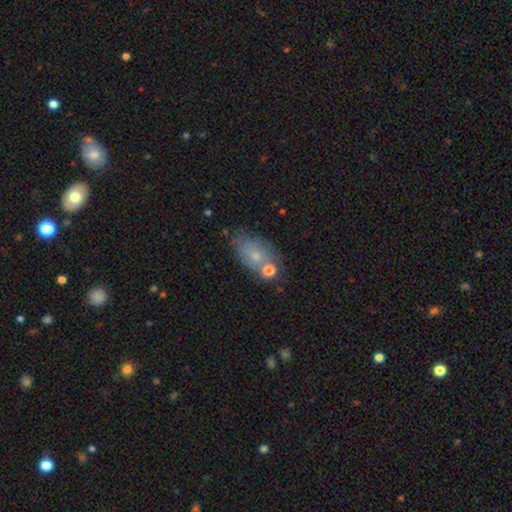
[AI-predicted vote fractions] smooth_or_featured: smooth (p=0.59) [alt: featured or disk p=0.29]
how_rounded: in between (p=0.85) [alt: round p=0.12]
merging: none (p=0.55) [alt: minor disturbance p=0.23]